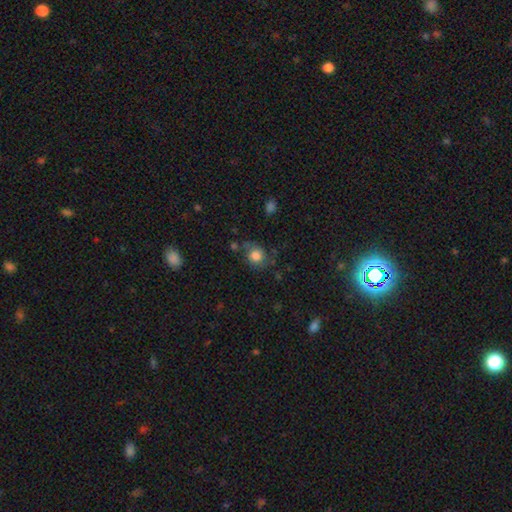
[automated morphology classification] This appears to be a smooth galaxy with no disk features (78%) that is round (79%). Merging: none (63%).